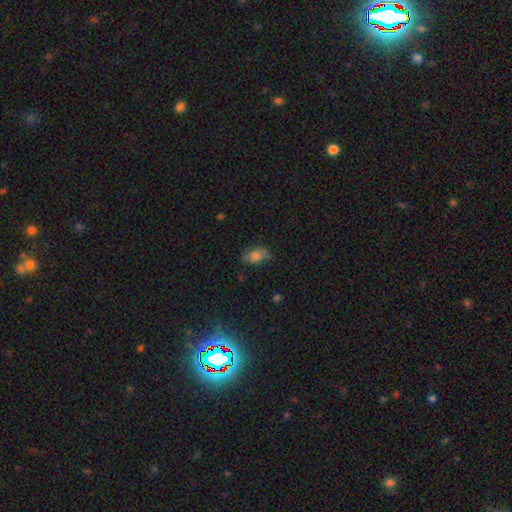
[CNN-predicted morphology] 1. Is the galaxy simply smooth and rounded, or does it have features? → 70% smooth, 19% featured or disk, 11% star or artifact.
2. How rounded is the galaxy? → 86% in between, 12% round, 2% cigar-shaped.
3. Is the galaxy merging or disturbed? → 57% none, 30% minor disturbance, 11% major disturbance, 2% merger.